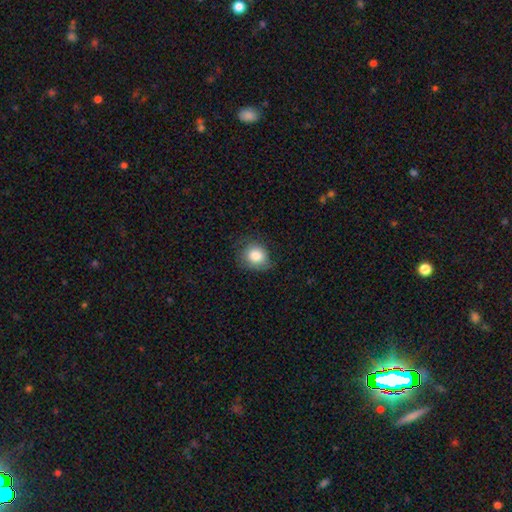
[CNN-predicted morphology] Smooth or featured: smooth — 83% (star or artifact — 9%)
How rounded: round — 68% (in between — 32%)
Merging: none — 70% (minor disturbance — 22%)